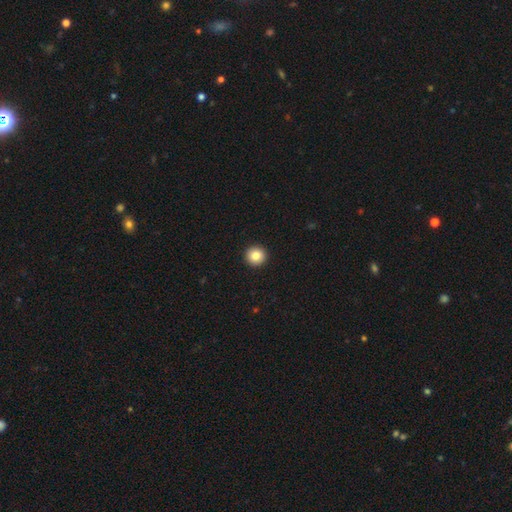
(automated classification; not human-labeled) This is clearly a smooth galaxy (84%). How rounded: clearly round (96%). Merging: clearly none (94%).